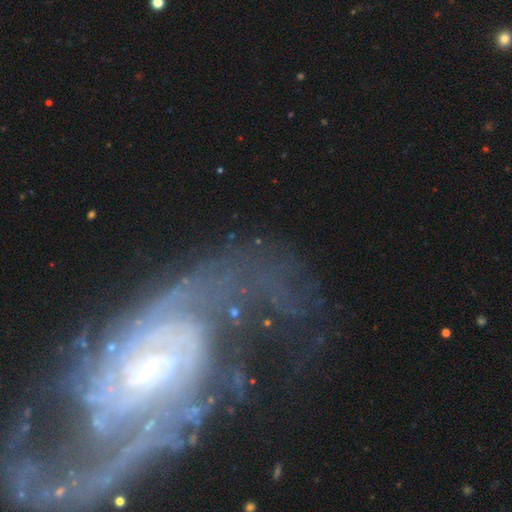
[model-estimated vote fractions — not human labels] featured or disk 86%, star or artifact 8%, smooth 6%. Down the decision tree: edge-on disk — no (96%); bar — no (47%); spiral arms — yes (95%); spiral arm count — 2 (45%); spiral winding — tight (46%); bulge size — small (68%); merging — none (57%).